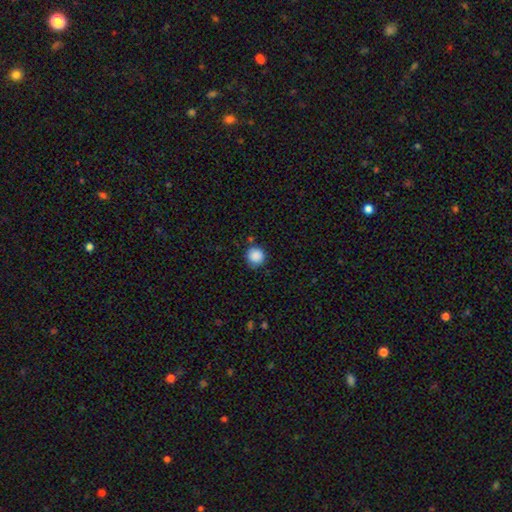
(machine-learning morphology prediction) smooth_or_featured: smooth (p=0.88) [alt: star or artifact p=0.09]
how_rounded: round (p=0.94) [alt: in between p=0.05]
merging: none (p=0.81) [alt: minor disturbance p=0.13]